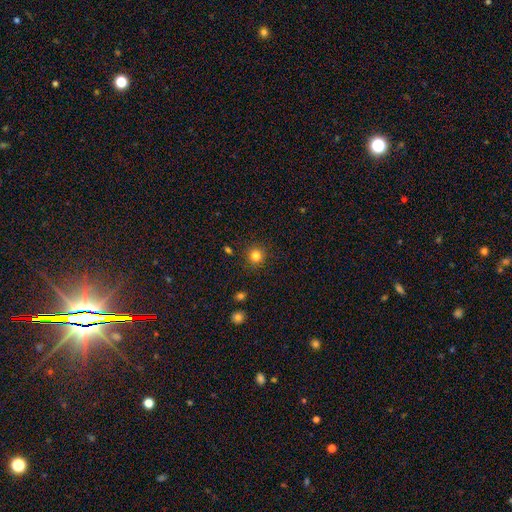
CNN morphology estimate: Smooth or featured?
  - smooth: 83% *
  - star or artifact: 12%
  - featured or disk: 5%
How rounded?
  - round: 93% *
  - in between: 6%
  - cigar-shaped: 1%
Merging?
  - none: 91% *
  - minor disturbance: 6%
  - major disturbance: 2%
  - merger: 1%